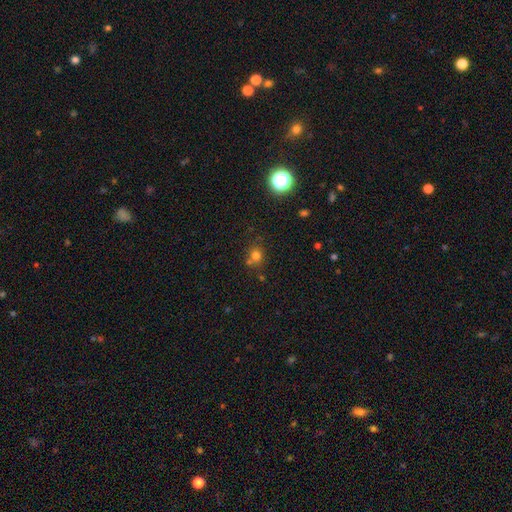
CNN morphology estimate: This is likely a smooth galaxy (72%). How rounded: clearly round (81%). Merging: likely none (63%).